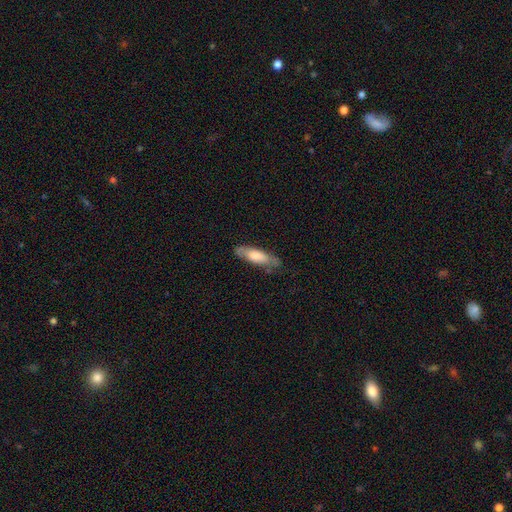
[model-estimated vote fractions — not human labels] A smooth galaxy with no disk features (63%) that is cigar-shaped (52%).

Vote fractions:
- Smooth or featured? smooth: 63% / featured or disk: 32% / star or artifact: 6%
- How rounded? cigar-shaped: 52% / in between: 46% / round: 2%
- Merging? none: 71% / minor disturbance: 22% / major disturbance: 5% / merger: 2%